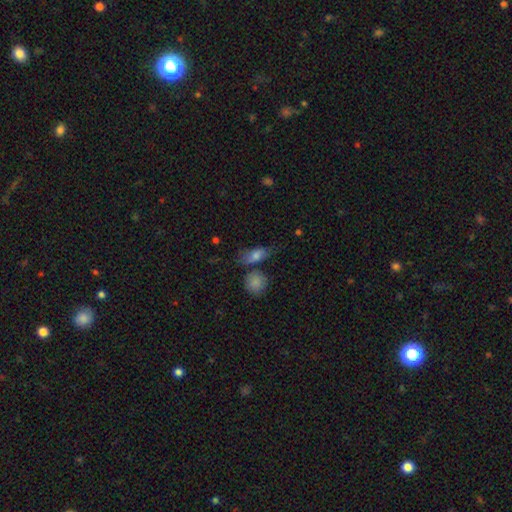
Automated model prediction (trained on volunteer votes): Overall: smooth (75%). How rounded: in between (72%). Merging: none (57%; minor disturbance 21%).